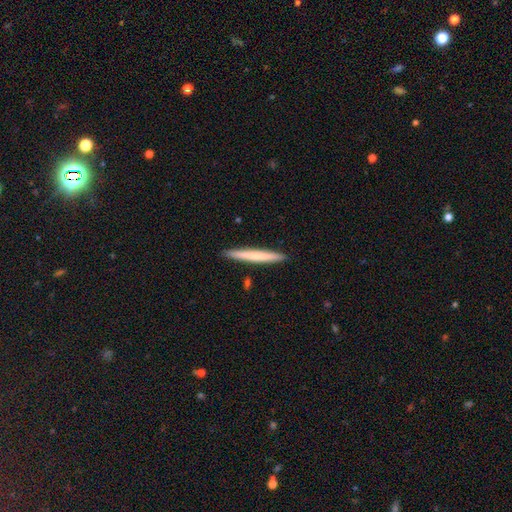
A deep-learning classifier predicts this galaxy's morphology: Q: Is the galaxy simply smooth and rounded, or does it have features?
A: smooth — 65%.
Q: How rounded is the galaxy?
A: cigar-shaped — 97%.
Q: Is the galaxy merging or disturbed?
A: none — 91%.